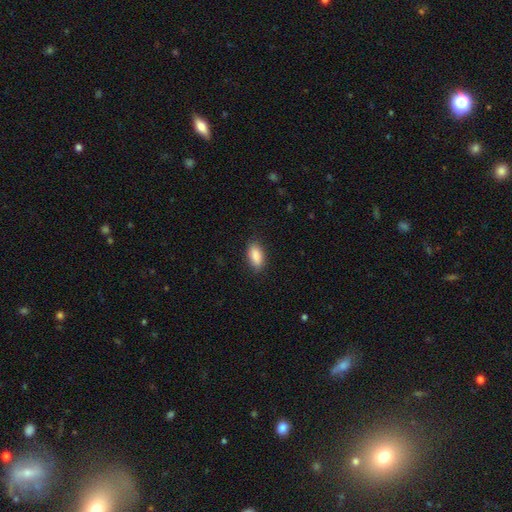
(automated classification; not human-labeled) Smooth or featured: smooth — 89% (star or artifact — 7%)
How rounded: in between — 90% (cigar-shaped — 7%)
Merging: none — 85% (minor disturbance — 11%)